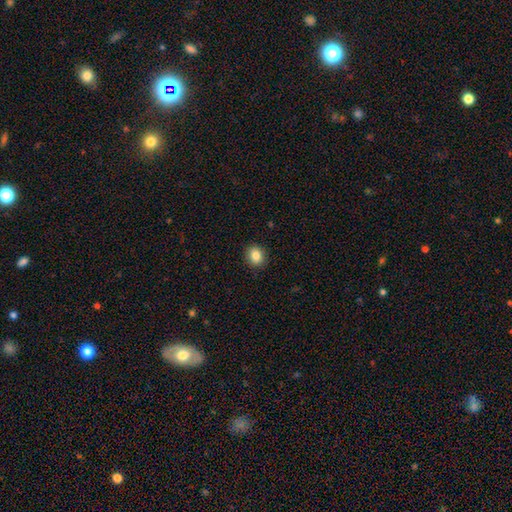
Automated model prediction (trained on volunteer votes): Overall: smooth (85%). How rounded: round (67%; in between 32%). Merging: none (91%).